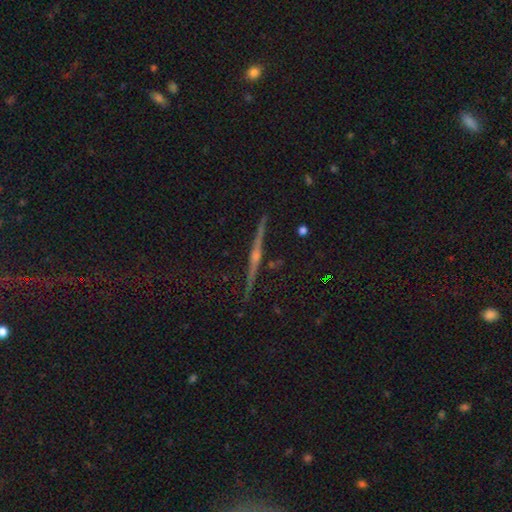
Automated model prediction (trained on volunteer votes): Overall: featured or disk (84%). Edge-on disk: yes (98%). Edge-on bulge: rounded (84%). Merging: none (91%).